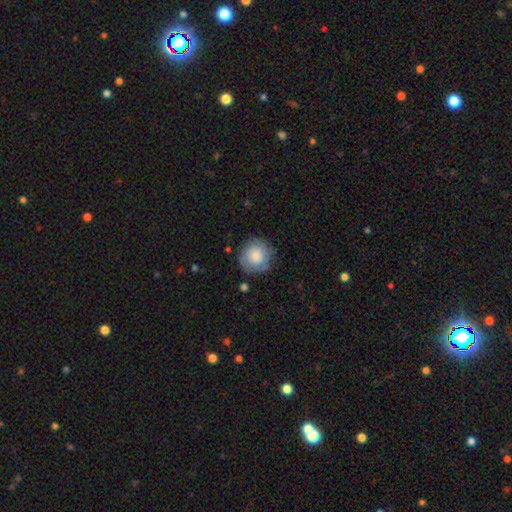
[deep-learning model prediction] This is likely a smooth galaxy (80%). How rounded: clearly round (92%). Merging: likely none (78%).